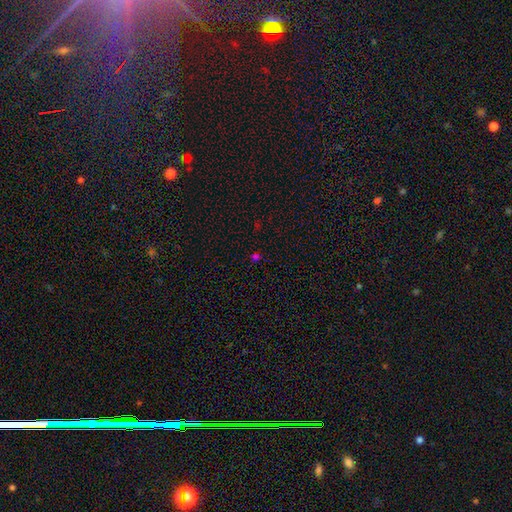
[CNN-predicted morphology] A smooth galaxy with no disk features (48%).

Vote fractions:
- Smooth or featured? smooth: 48% / star or artifact: 46% / featured or disk: 6%
- Merging? none: 74% / minor disturbance: 11% / merger: 11% / major disturbance: 5%